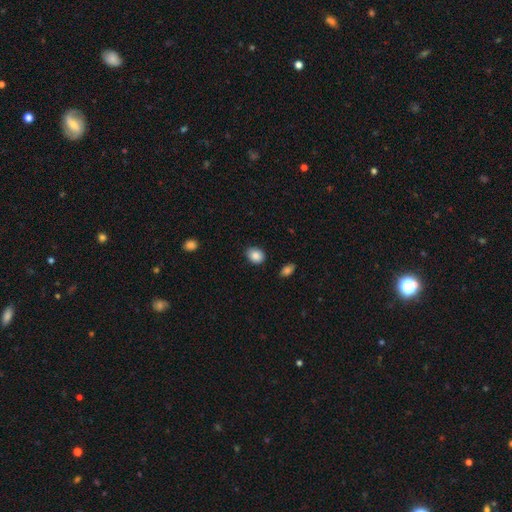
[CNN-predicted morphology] type=smooth (87%); roundness=in between (56%); merging=none (84%).